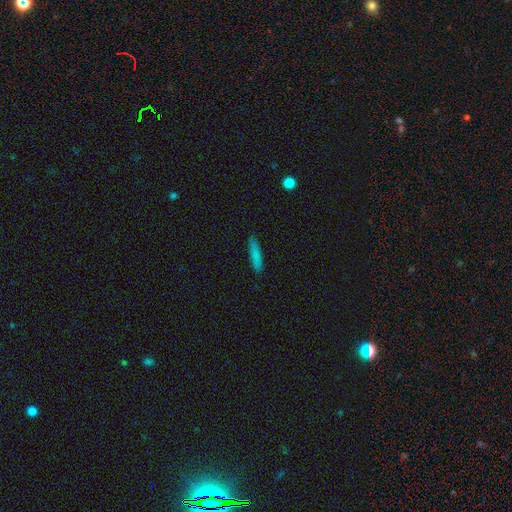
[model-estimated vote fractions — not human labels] Overall: smooth (81%). How rounded: cigar-shaped (87%). Merging: none (88%).